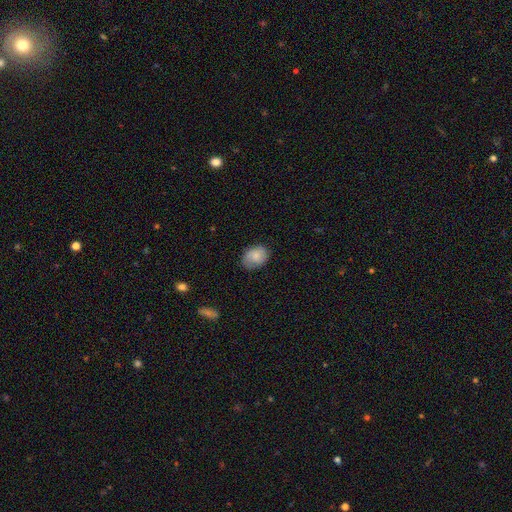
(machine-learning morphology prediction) This appears to be a smooth galaxy with no disk features (75%) that is in between round and cigar-shaped (69%). Merging: none (74%).